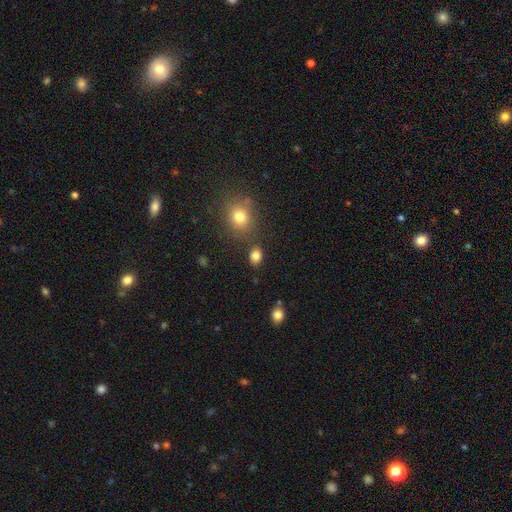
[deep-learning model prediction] This is clearly a smooth galaxy (83%). How rounded: likely in between (69%). Merging: likely none (79%).